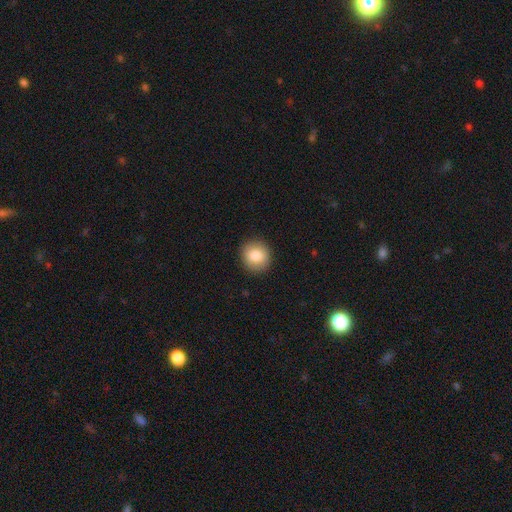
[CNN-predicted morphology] The model was most divided on "smooth or featured": smooth: 84%, star or artifact: 9%, featured or disk: 7%. More confident: merging — none (91%); how rounded — round (89%).